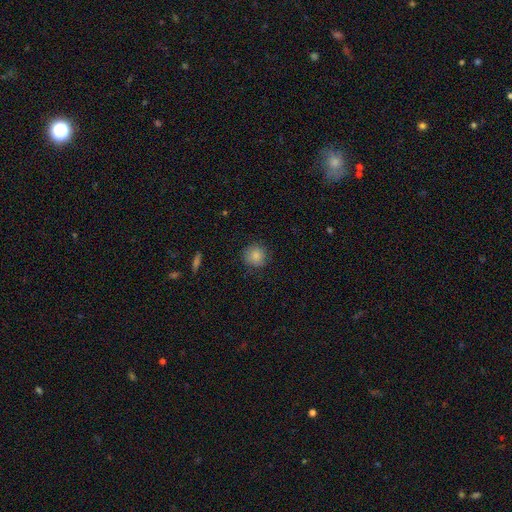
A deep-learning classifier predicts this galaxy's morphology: smooth-or-featured: smooth: 85% | star or artifact: 9% | featured or disk: 6%
  how-rounded: round: 91% | in between: 8% | cigar-shaped: 1%
  merging: none: 84% | minor disturbance: 12% | major disturbance: 3% | merger: 1%